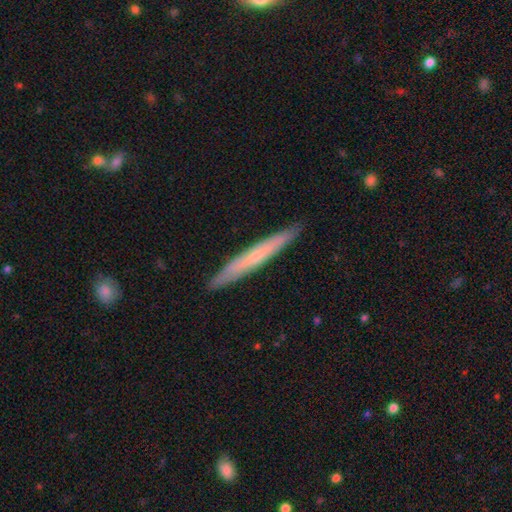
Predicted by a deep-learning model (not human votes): The model was most divided on "smooth or featured": smooth: 48%, featured or disk: 46%, star or artifact: 6%. More confident: merging — none (91%).